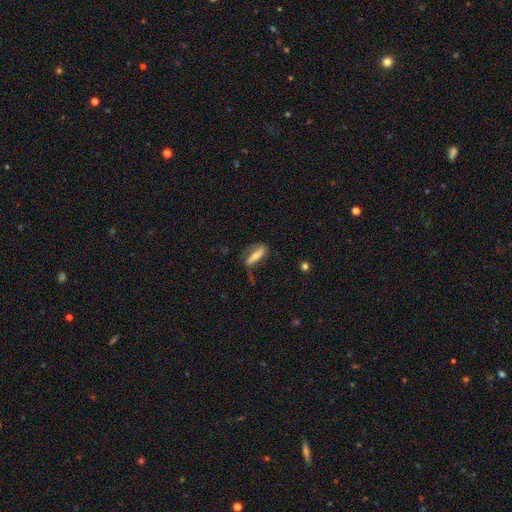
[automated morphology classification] This appears to be a smooth galaxy with no disk features (50%). Merging: none (56%).